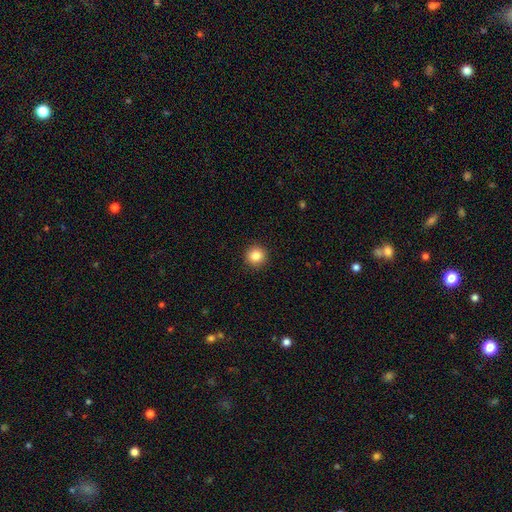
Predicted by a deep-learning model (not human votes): A smooth galaxy with no disk features (85%) that is round (94%). Merging: none (93%).